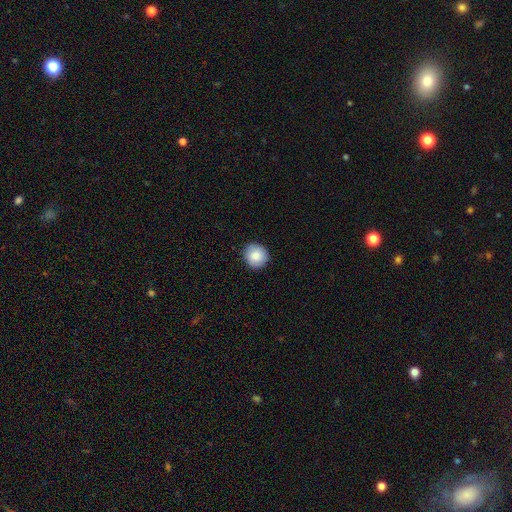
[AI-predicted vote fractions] Smooth or featured? Predicted: smooth (p=0.87). How rounded? Predicted: round (p=0.92). Merging? Predicted: none (p=0.91).